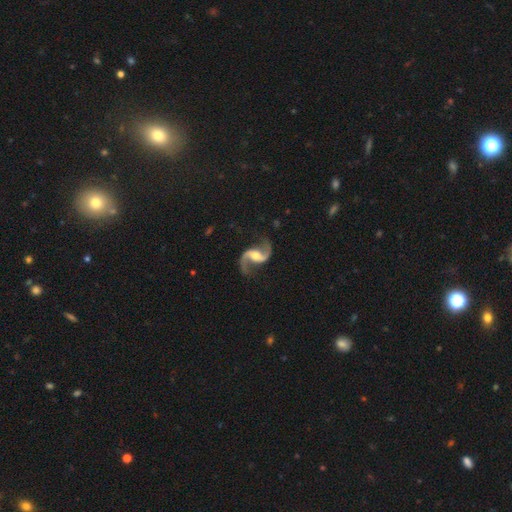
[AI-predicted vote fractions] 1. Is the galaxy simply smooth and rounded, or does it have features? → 93% featured or disk, 4% star or artifact, 3% smooth.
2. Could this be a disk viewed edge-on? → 98% no, 2% yes.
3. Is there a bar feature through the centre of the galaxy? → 41% weak, 36% no, 23% strong.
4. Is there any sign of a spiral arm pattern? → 98% yes, 2% no.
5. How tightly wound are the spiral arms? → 70% loose, 26% medium, 4% tight.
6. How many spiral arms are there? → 95% 2, 1% 1, 1% can't tell, 1% 3, 1% 4, 1% more than 4.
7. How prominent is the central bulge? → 60% moderate, 25% small, 10% large, 4% none, 2% dominant.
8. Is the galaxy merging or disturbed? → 81% none, 12% minor disturbance, 6% major disturbance, 2% merger.